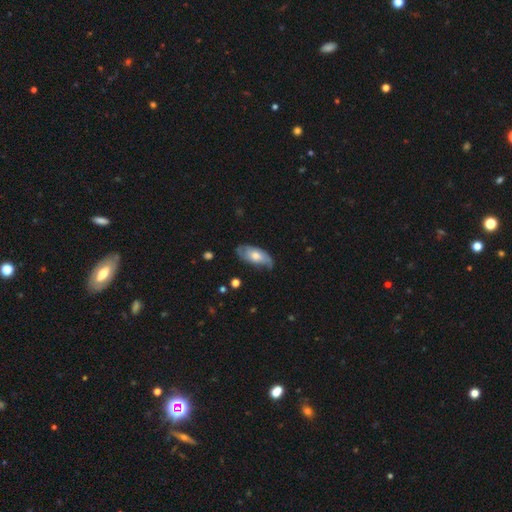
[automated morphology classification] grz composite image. It shows a featured or disk galaxy (48%). Merging: none (62%).